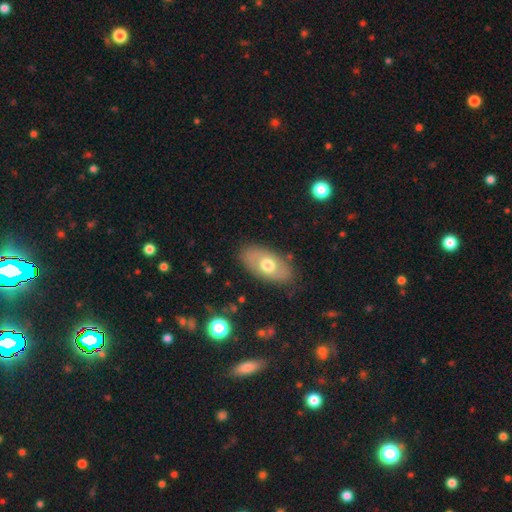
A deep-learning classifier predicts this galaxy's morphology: smooth 59%, featured or disk 33%, star or artifact 8%. Down the decision tree: how rounded — in between (91%); merging — none (84%).